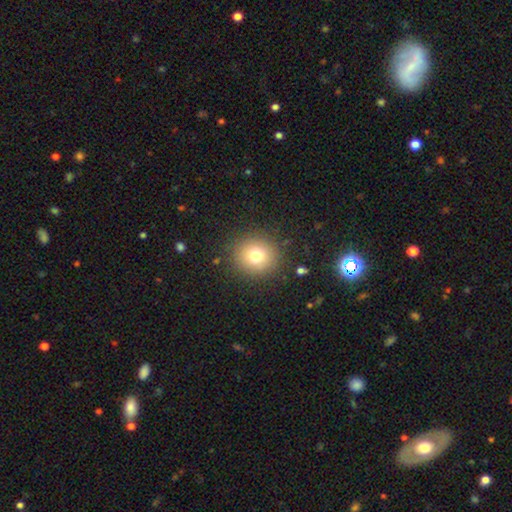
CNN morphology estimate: Smooth or featured? Predicted: smooth (p=0.76). How rounded? Predicted: round (p=0.89). Merging? Predicted: none (p=0.88).